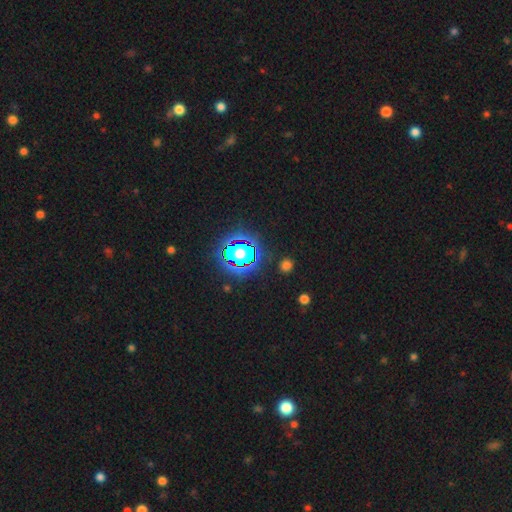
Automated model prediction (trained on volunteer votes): Morphology: type=star or artifact (81%).